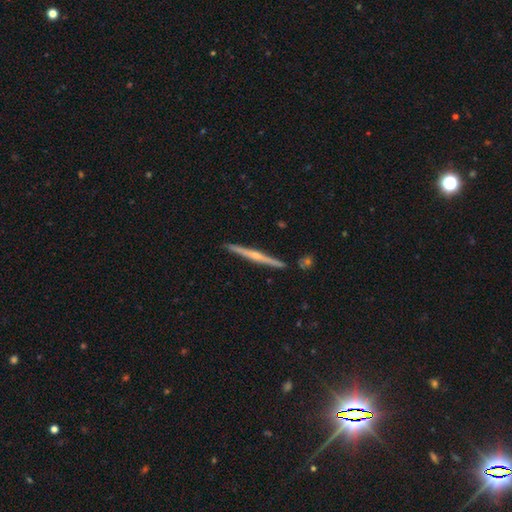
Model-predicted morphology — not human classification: smooth-or-featured: featured or disk: 76% | smooth: 18% | star or artifact: 5%
  disk-edge-on: yes: 98% | no: 2%
    edge-on-bulge: rounded: 77% | none: 19% | boxy: 4%
  merging: none: 90% | minor disturbance: 6% | merger: 2% | major disturbance: 1%